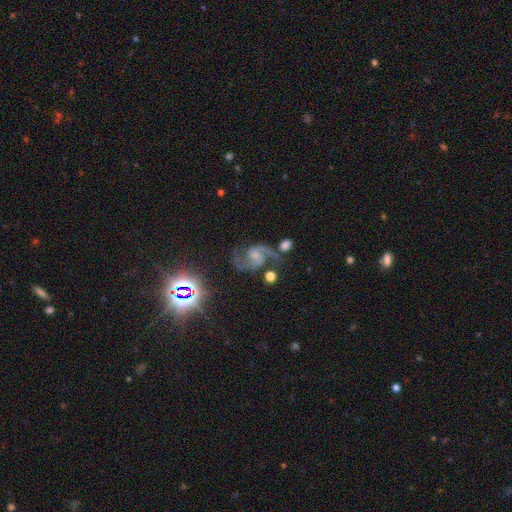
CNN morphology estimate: A featured or disk galaxy (85%) with no bar (55%), 2 (92%) medium (50%) spiral arms (97%) and a small central bulge (44%). Merging: none (62%).